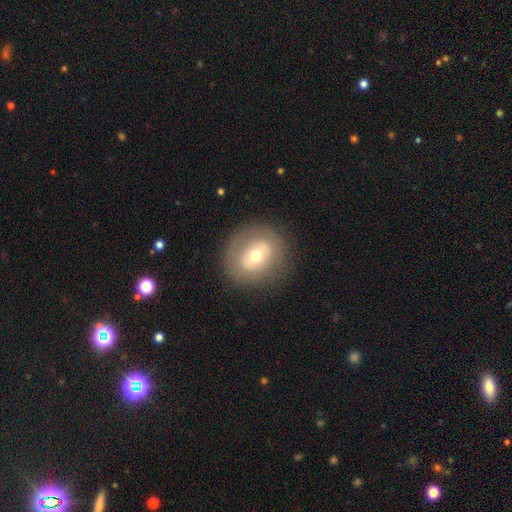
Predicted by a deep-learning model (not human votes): Smooth or featured? smooth (47%)
Merging? none (83%)